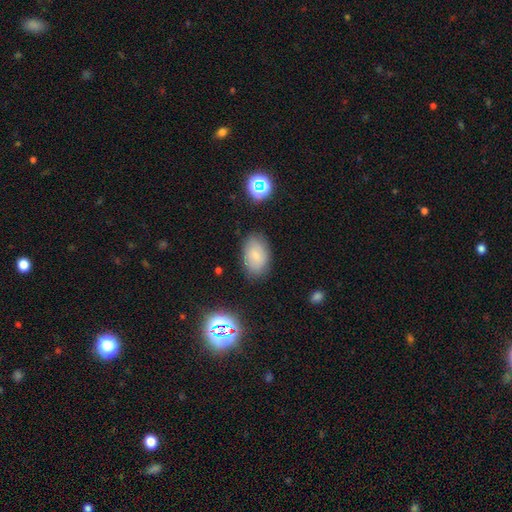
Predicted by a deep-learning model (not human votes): A smooth galaxy with no disk features (75%) that is in between round and cigar-shaped (89%).

Vote fractions:
- Smooth or featured? smooth: 75% / featured or disk: 13% / star or artifact: 11%
- How rounded? in between: 89% / round: 10% / cigar-shaped: 1%
- Merging? none: 81% / minor disturbance: 14% / major disturbance: 4% / merger: 2%